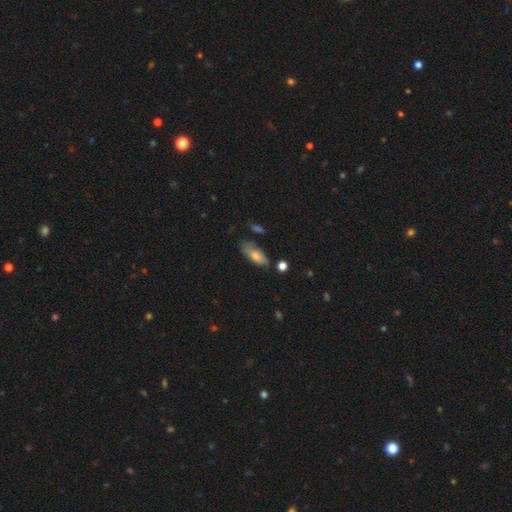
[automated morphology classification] A smooth galaxy with no disk features (68%) that is in between round and cigar-shaped (77%).

Vote fractions:
- Smooth or featured? smooth: 68% / featured or disk: 24% / star or artifact: 8%
- How rounded? in between: 77% / cigar-shaped: 20% / round: 3%
- Merging? none: 68% / minor disturbance: 22% / major disturbance: 5% / merger: 5%